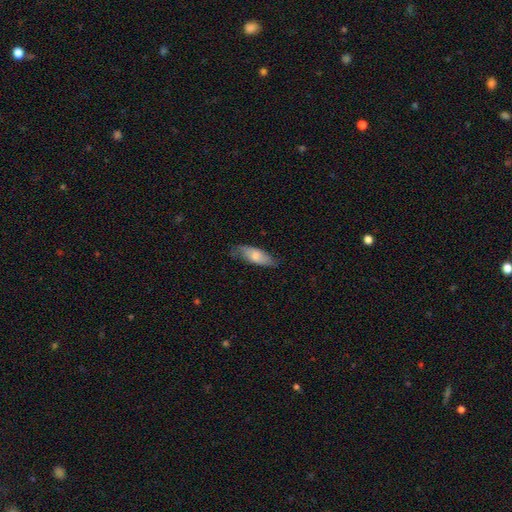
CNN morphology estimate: This is likely a smooth galaxy (69%). How rounded: likely in between (71%). Merging: likely none (66%).